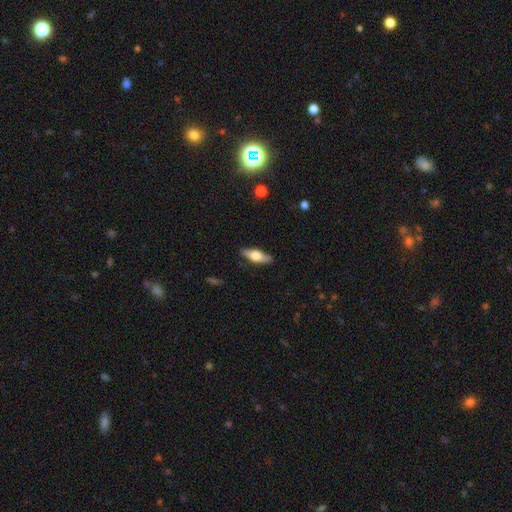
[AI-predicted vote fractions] smooth-or-featured: smooth: 53% | featured or disk: 41% | star or artifact: 6%
  how-rounded: in between: 61% | cigar-shaped: 36% | round: 3%
  merging: none: 86% | minor disturbance: 11% | major disturbance: 2% | merger: 1%